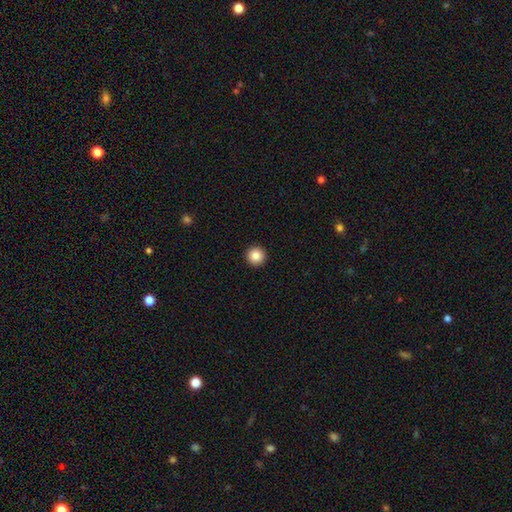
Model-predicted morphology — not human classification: This is clearly a smooth galaxy (86%). How rounded: clearly round (97%). Merging: clearly none (94%).